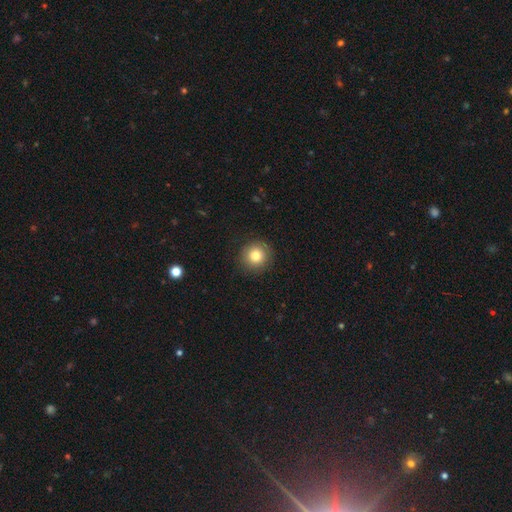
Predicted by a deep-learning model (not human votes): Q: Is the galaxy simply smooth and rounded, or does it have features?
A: smooth — 80%.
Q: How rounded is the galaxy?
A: round — 94%.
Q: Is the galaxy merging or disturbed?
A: none — 90%.